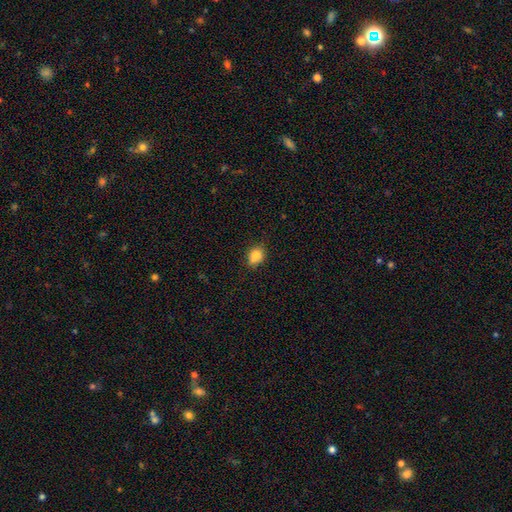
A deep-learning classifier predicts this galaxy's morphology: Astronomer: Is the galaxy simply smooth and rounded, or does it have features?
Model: smooth — 85%.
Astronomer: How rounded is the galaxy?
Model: in between — 51% (runner-up: round, 48%).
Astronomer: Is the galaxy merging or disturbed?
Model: none — 71%.